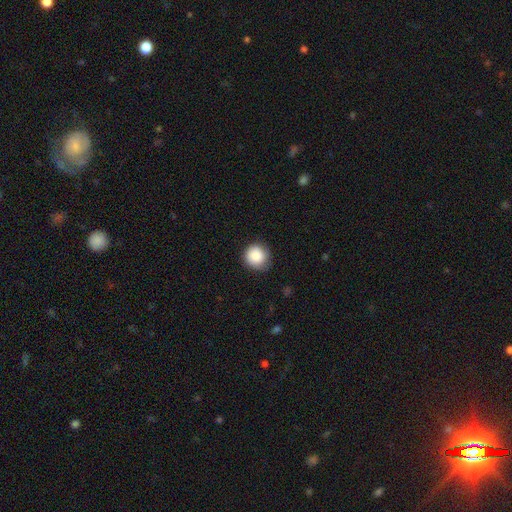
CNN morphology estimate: Smooth or featured?
  - smooth: 88% *
  - star or artifact: 8%
  - featured or disk: 4%
How rounded?
  - round: 92% *
  - in between: 7%
  - cigar-shaped: 1%
Merging?
  - none: 79% *
  - minor disturbance: 16%
  - major disturbance: 3%
  - merger: 1%